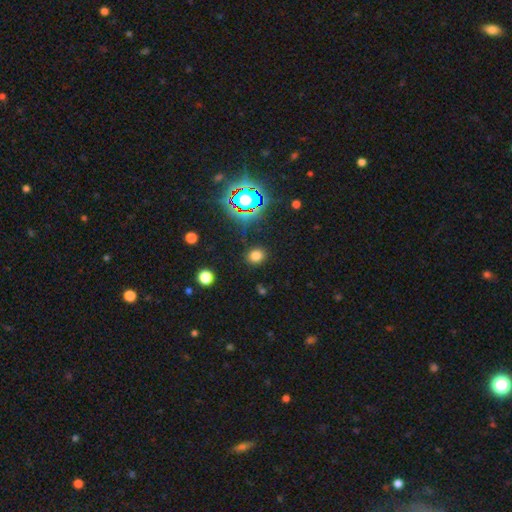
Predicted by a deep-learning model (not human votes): Overall: smooth (73%). How rounded: round (72%). Merging: none (87%).